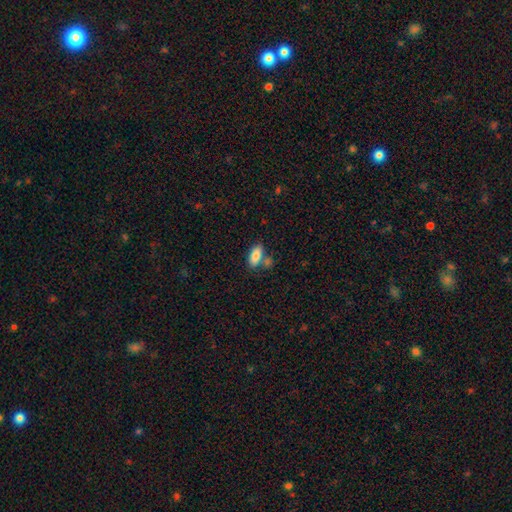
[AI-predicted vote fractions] Smooth or featured? smooth (85%)
How rounded? in between (87%)
Merging? none (63%)